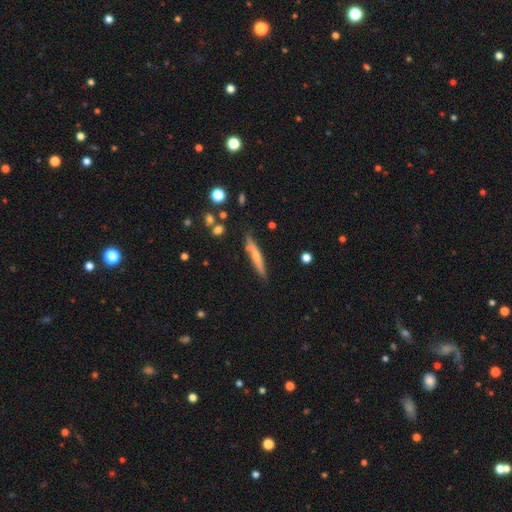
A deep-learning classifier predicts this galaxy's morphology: Smooth or featured: smooth — 51% (featured or disk — 42%)
How rounded: cigar-shaped — 92% (in between — 7%)
Merging: none — 80% (minor disturbance — 14%)